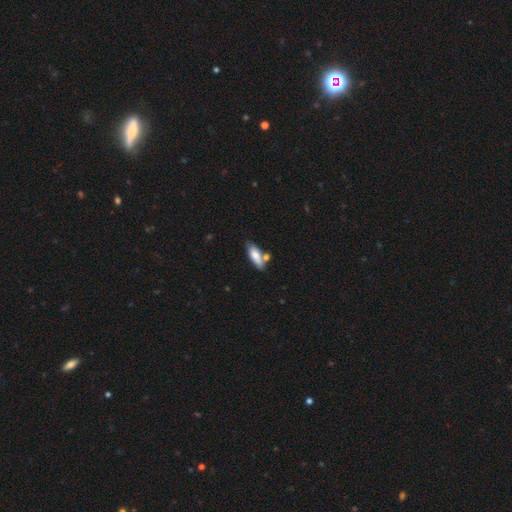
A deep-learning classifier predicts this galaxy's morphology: Overall: smooth (73%). How rounded: in between (67%; cigar-shaped 31%). Merging: none (58%; merger 20%).